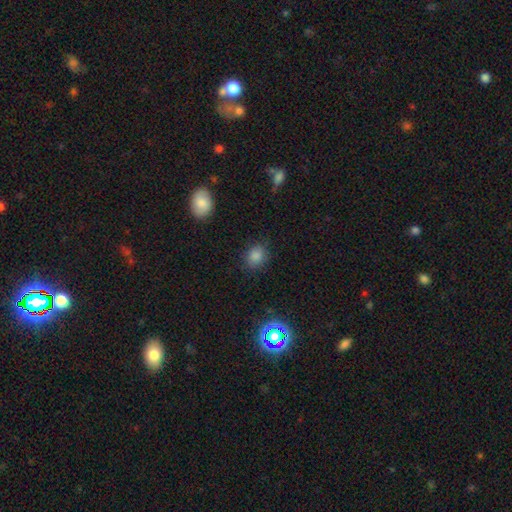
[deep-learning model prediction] smooth-or-featured: smooth: 81% | star or artifact: 14% | featured or disk: 5%
  how-rounded: round: 63% | in between: 36% | cigar-shaped: 1%
  merging: none: 83% | minor disturbance: 12% | major disturbance: 3% | merger: 2%